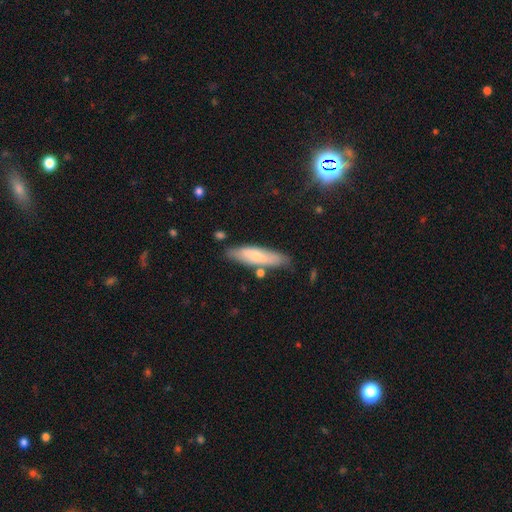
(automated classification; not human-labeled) Smooth or featured?
  - smooth: 66% *
  - featured or disk: 27%
  - star or artifact: 7%
How rounded?
  - cigar-shaped: 70% *
  - in between: 28%
  - round: 2%
Merging?
  - none: 79% *
  - minor disturbance: 15%
  - merger: 4%
  - major disturbance: 3%